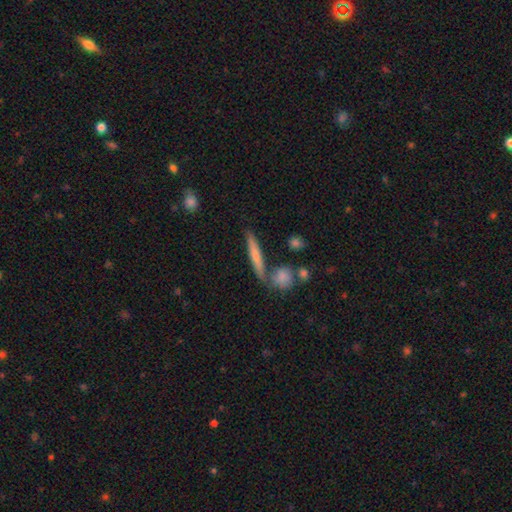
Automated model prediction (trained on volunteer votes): smooth 61%, featured or disk 32%, star or artifact 7%. Down the decision tree: how rounded — cigar-shaped (90%); merging — none (72%).